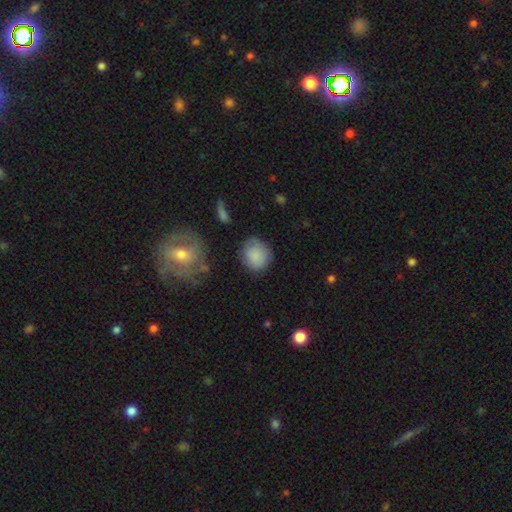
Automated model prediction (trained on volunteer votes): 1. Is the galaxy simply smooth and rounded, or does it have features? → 84% smooth, 8% featured or disk, 7% star or artifact.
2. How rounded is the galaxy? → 73% round, 26% in between, 1% cigar-shaped.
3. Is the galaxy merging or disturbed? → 73% none, 19% minor disturbance, 5% major disturbance, 3% merger.